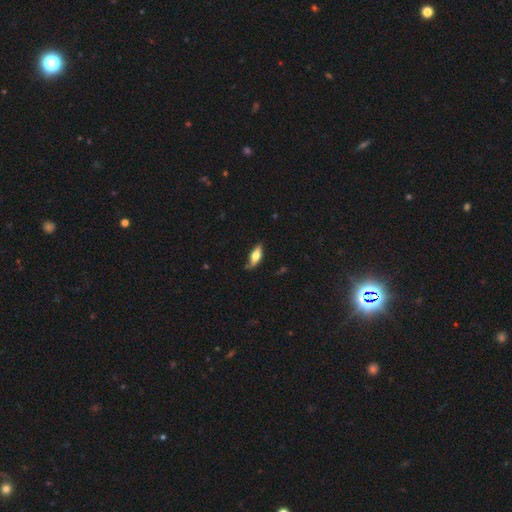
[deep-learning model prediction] This is possibly a smooth galaxy (56%). How rounded: likely in between (67%). Merging: likely none (75%).